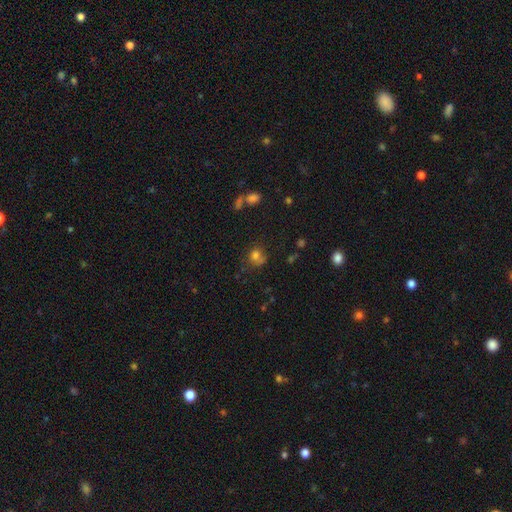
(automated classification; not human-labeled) Smooth or featured? smooth (73%)
How rounded? round (78%)
Merging? none (54%)